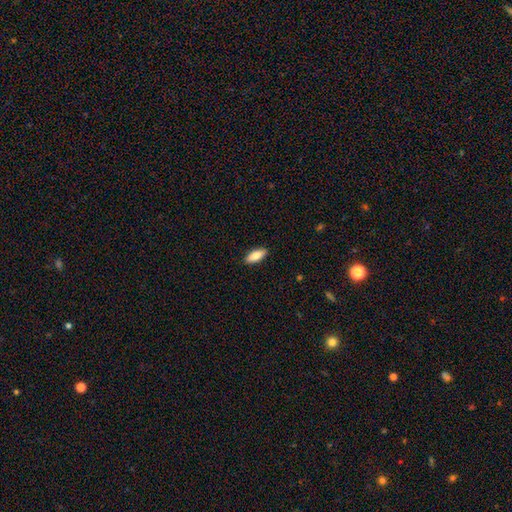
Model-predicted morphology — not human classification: Smooth or featured: smooth — 82% (featured or disk — 12%)
How rounded: in between — 75% (cigar-shaped — 23%)
Merging: none — 90% (minor disturbance — 7%)